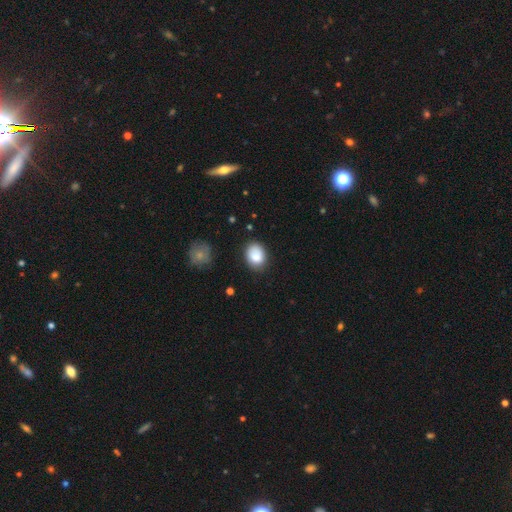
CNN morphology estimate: Q: Smooth or featured?
A: smooth (86%); runner-up: star or artifact (8%)
Q: How rounded?
A: in between (61%); runner-up: round (38%)
Q: Merging?
A: none (78%); runner-up: minor disturbance (17%)